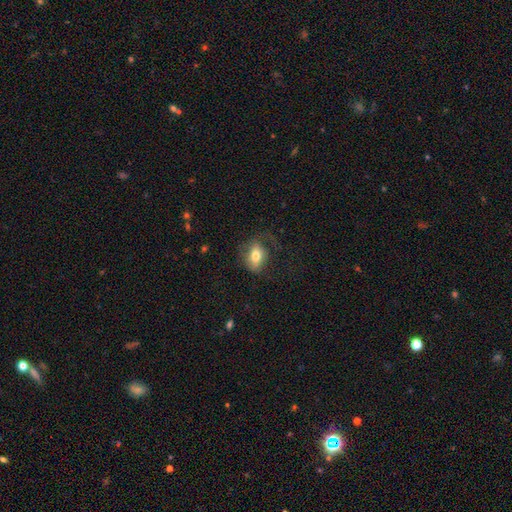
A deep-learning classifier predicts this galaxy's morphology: This is likely a smooth galaxy (69%). How rounded: likely in between (77%). Merging: possibly none (53%).